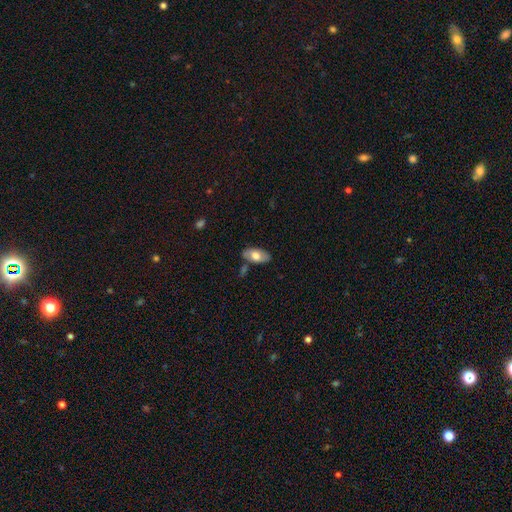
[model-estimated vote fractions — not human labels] Smooth or featured: smooth — 64% (featured or disk — 30%)
How rounded: in between — 93% (cigar-shaped — 4%)
Merging: none — 74% (minor disturbance — 15%)